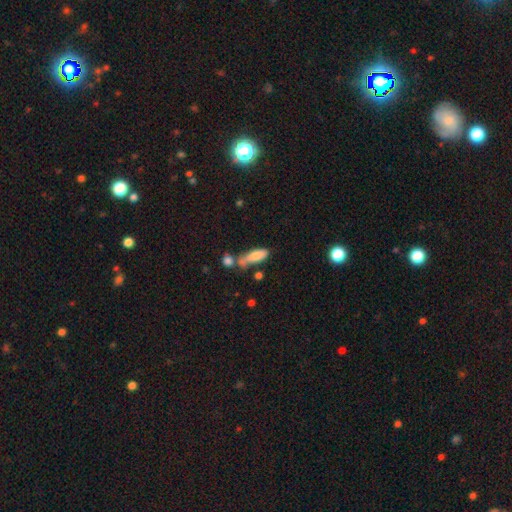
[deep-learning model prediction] Overall: smooth (74%). How rounded: in between (57%; cigar-shaped 40%). Merging: none (43%; merger 28%).